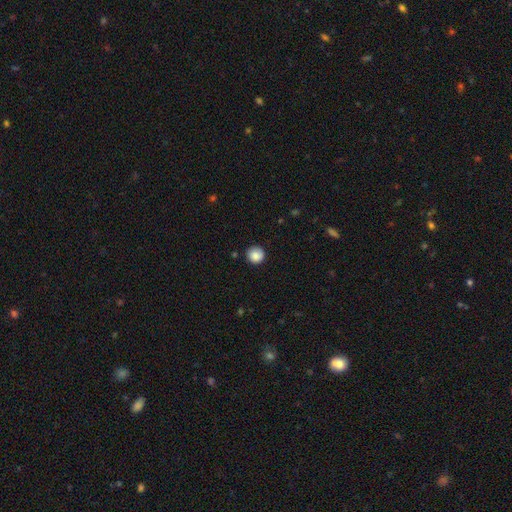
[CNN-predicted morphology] Q: Smooth or featured?
A: smooth (86%); runner-up: star or artifact (9%)
Q: How rounded?
A: round (93%); runner-up: in between (6%)
Q: Merging?
A: none (85%); runner-up: minor disturbance (11%)